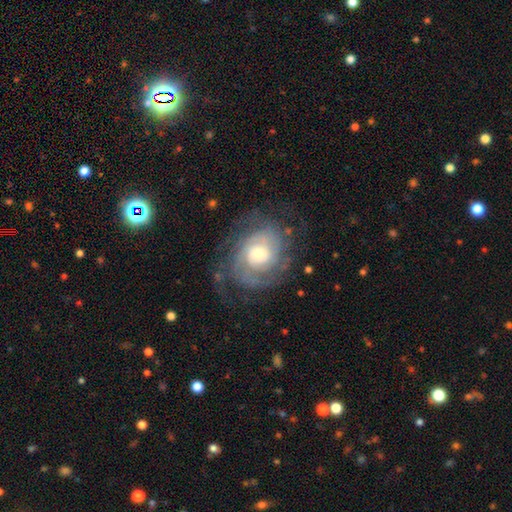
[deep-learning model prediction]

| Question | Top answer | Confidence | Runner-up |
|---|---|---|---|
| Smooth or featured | featured or disk | 83% | smooth (10%) |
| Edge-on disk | no | 97% | yes (3%) |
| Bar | no | 68% | weak (27%) |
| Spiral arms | yes | 94% | no (6%) |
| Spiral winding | tight | 66% | medium (27%) |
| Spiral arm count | can't tell | 35% | 2 (30%) |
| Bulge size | moderate | 57% | small (31%) |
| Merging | none | 71% | minor disturbance (16%) |